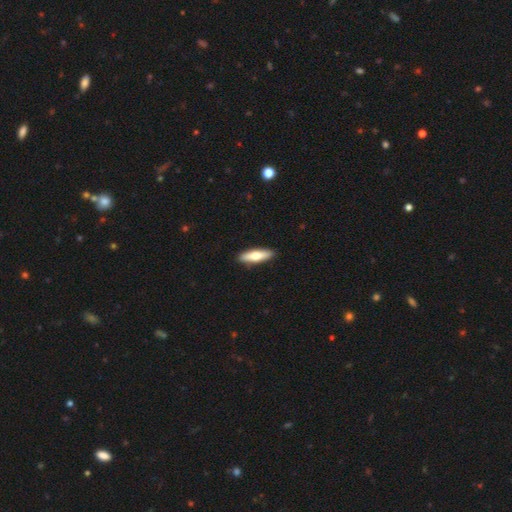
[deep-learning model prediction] This appears to be a smooth galaxy with no disk features (63%) that is cigar-shaped (64%). Merging: none (91%).